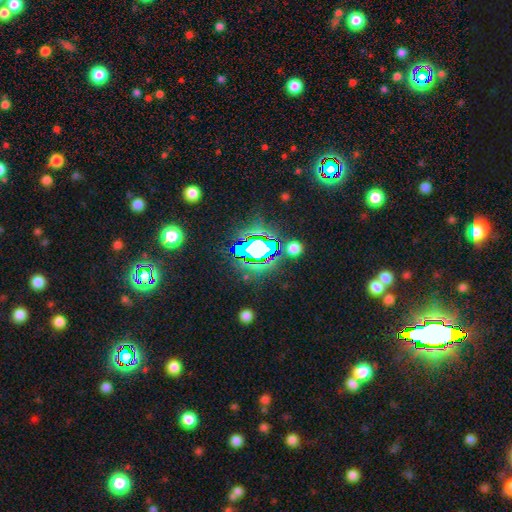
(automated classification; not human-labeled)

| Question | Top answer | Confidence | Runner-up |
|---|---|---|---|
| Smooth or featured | star or artifact | 72% | smooth (16%) |